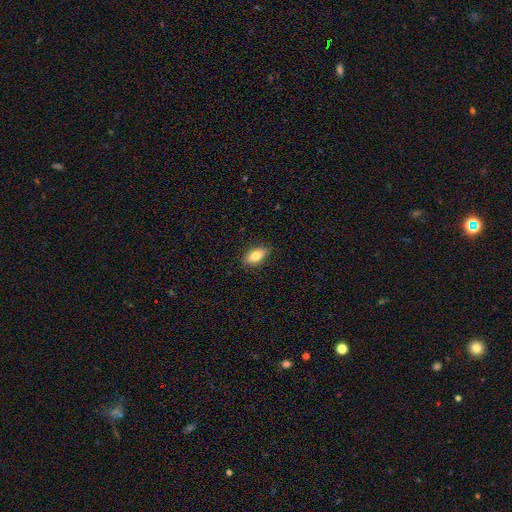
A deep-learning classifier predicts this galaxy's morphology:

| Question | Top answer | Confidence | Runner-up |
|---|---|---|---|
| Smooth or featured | smooth | 73% | featured or disk (20%) |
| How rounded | in between | 82% | cigar-shaped (14%) |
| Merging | none | 86% | minor disturbance (11%) |